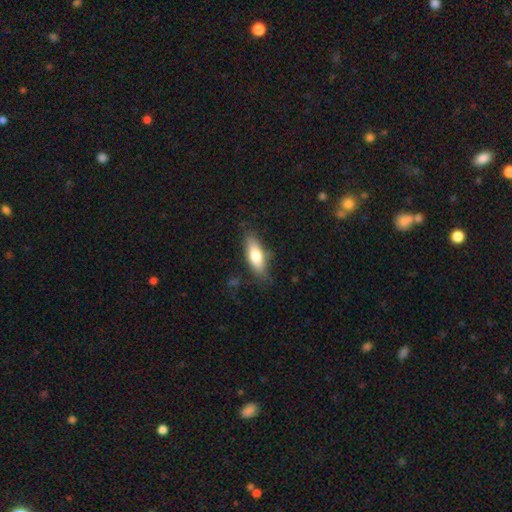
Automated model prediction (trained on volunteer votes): Smooth or featured? smooth (72%)
How rounded? in between (63%)
Merging? none (78%)